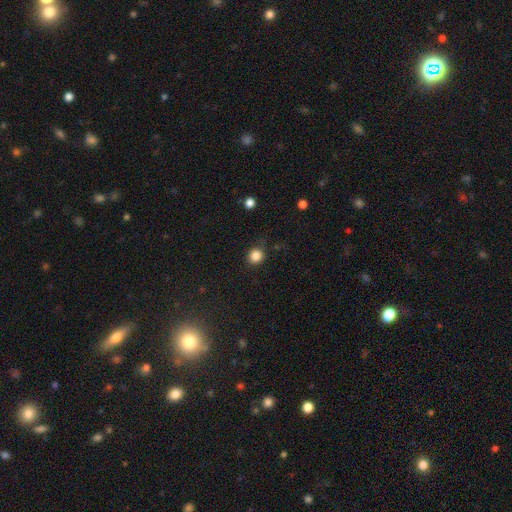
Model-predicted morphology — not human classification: Smooth or featured? smooth (85%)
How rounded? round (91%)
Merging? none (81%)